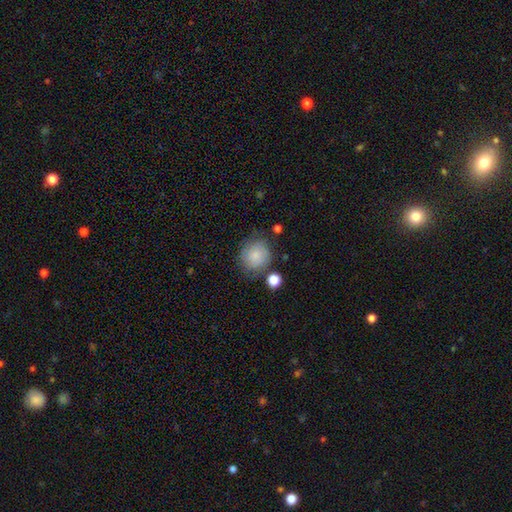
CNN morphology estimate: smooth_or_featured: smooth (p=0.76) [alt: featured or disk p=0.16]
how_rounded: round (p=0.85) [alt: in between p=0.14]
merging: none (p=0.70) [alt: minor disturbance p=0.18]